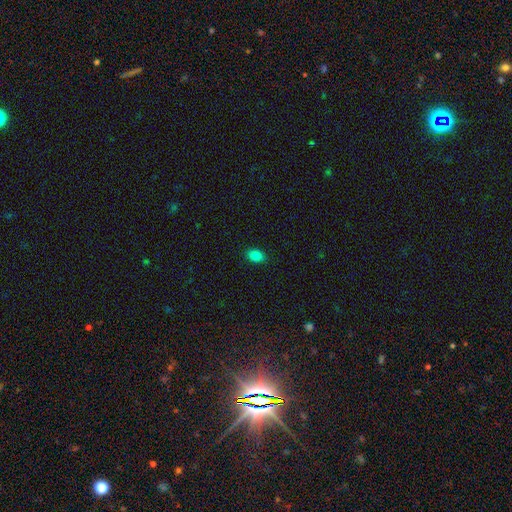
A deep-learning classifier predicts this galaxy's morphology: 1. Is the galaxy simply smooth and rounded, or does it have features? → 85% smooth, 11% star or artifact, 4% featured or disk.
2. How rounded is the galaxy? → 82% in between, 17% round, 1% cigar-shaped.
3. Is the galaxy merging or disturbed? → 90% none, 8% minor disturbance, 2% major disturbance, 1% merger.